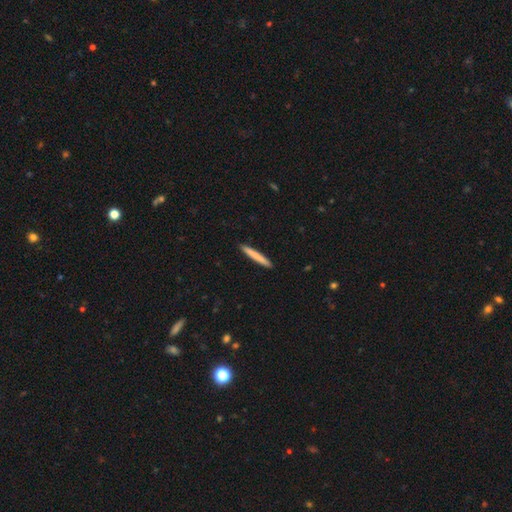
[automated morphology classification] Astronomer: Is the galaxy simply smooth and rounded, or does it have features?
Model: smooth — 78%.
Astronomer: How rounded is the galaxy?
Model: cigar-shaped — 96%.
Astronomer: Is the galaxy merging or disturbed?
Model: none — 93%.